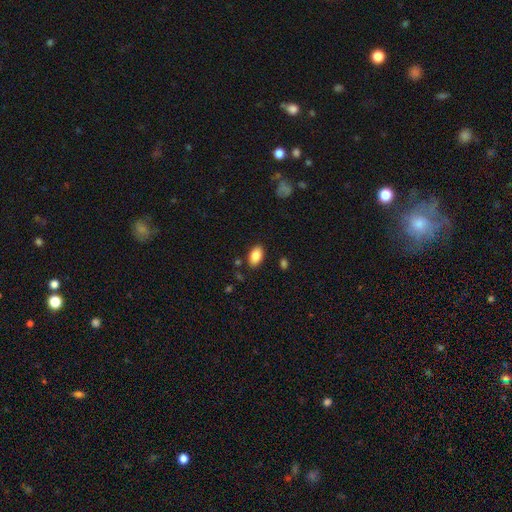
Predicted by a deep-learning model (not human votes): This appears to be a smooth galaxy with no disk features (86%) that is in between round and cigar-shaped (92%). Merging: none (86%).